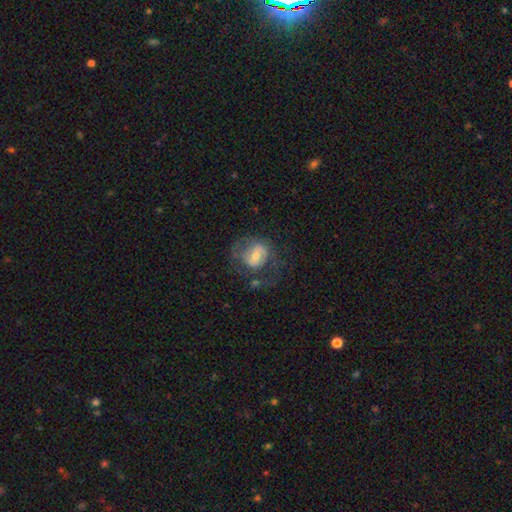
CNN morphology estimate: Smooth or featured? featured or disk (55%)
Edge-on disk? no (96%)
Bar? weak (43%)
Spiral arms? yes (59%)
Bulge size? moderate (53%)
Merging? none (47%)